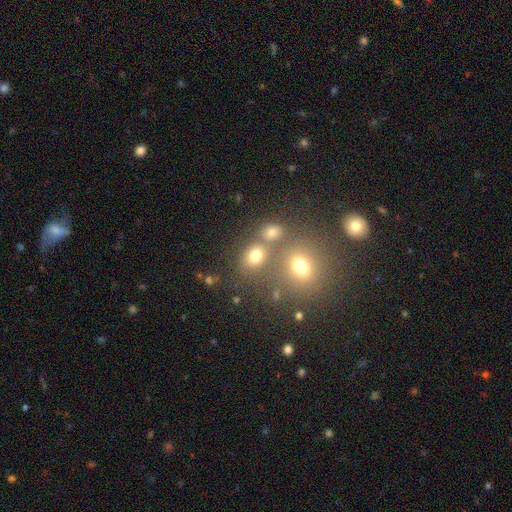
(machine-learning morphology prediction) smooth 72%, star or artifact 18%, featured or disk 10%. Down the decision tree: how rounded — round (55%); merging — none (57%).